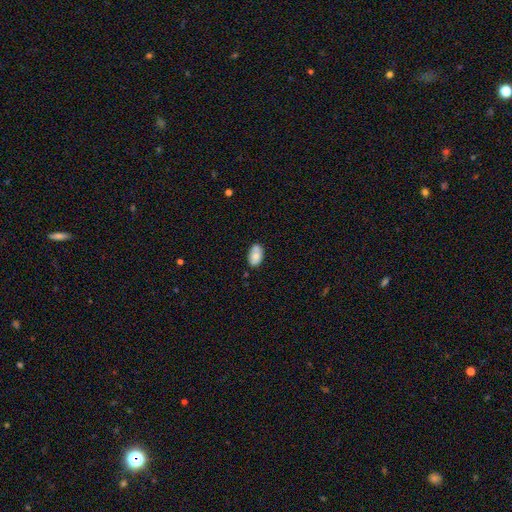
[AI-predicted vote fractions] Q: Smooth or featured?
A: smooth (75%); runner-up: featured or disk (17%)
Q: How rounded?
A: in between (91%); runner-up: round (8%)
Q: Merging?
A: none (63%); runner-up: minor disturbance (21%)